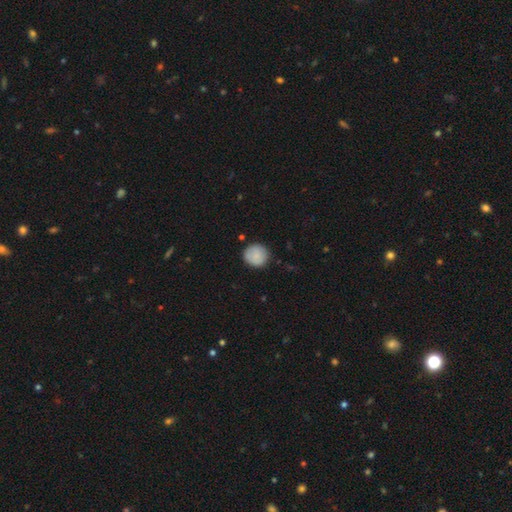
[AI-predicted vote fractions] This appears to be a smooth galaxy with no disk features (85%) that is round (92%). Merging: none (85%).